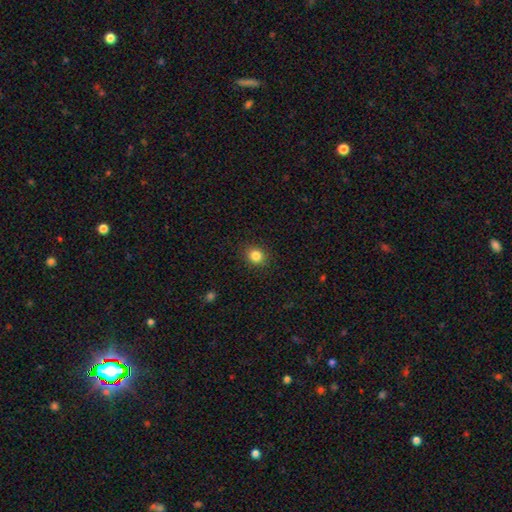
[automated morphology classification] Overall: smooth (84%). How rounded: round (79%). Merging: none (90%).